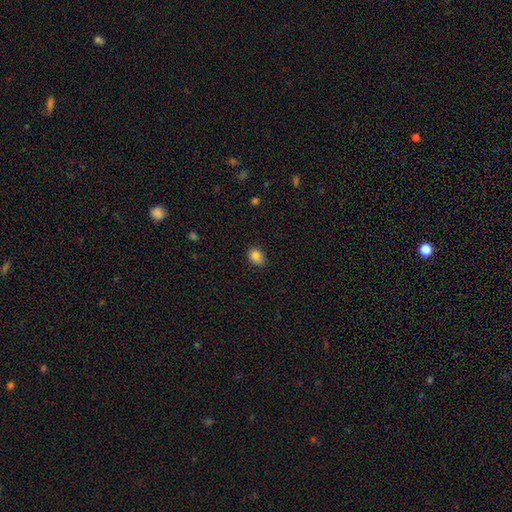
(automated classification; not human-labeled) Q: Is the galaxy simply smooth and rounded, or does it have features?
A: smooth — 85%.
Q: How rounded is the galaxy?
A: in between — 72%.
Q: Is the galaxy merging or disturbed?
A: none — 80%.